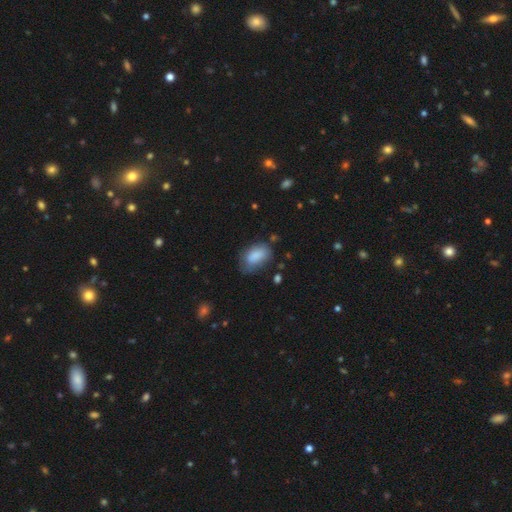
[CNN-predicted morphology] Smooth or featured? smooth (84%)
How rounded? in between (91%)
Merging? none (56%)